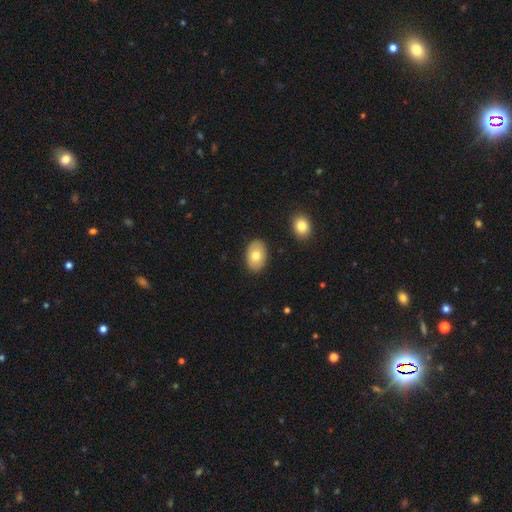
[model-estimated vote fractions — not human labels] Smooth or featured? smooth (76%)
How rounded? in between (87%)
Merging? none (87%)